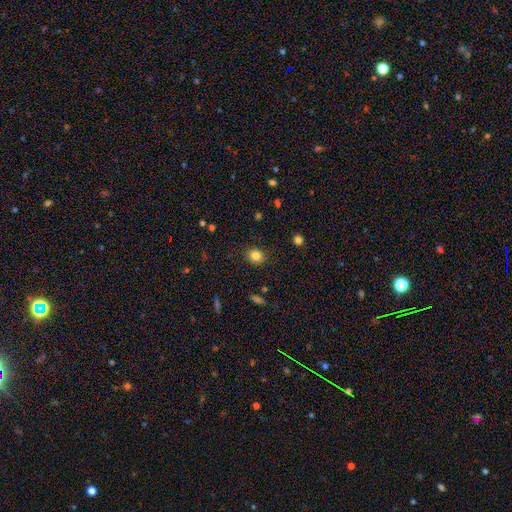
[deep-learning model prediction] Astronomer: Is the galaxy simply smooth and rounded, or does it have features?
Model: smooth — 82%.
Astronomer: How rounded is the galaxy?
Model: round — 71%.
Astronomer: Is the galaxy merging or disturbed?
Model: none — 86%.